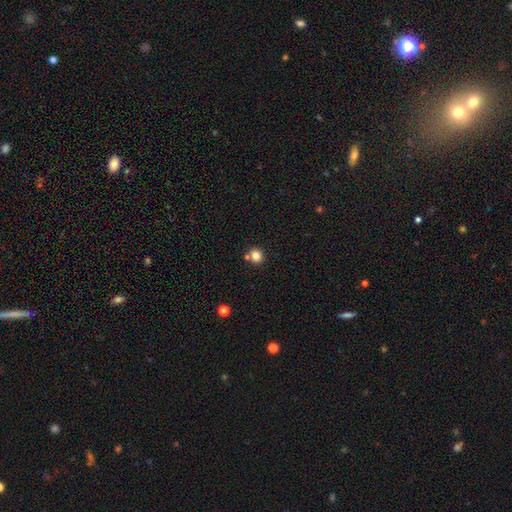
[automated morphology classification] The model was most divided on "merging": none: 76%, merger: 14%, minor disturbance: 8%, major disturbance: 2%. More confident: how rounded — round (91%); smooth or featured — smooth (82%).